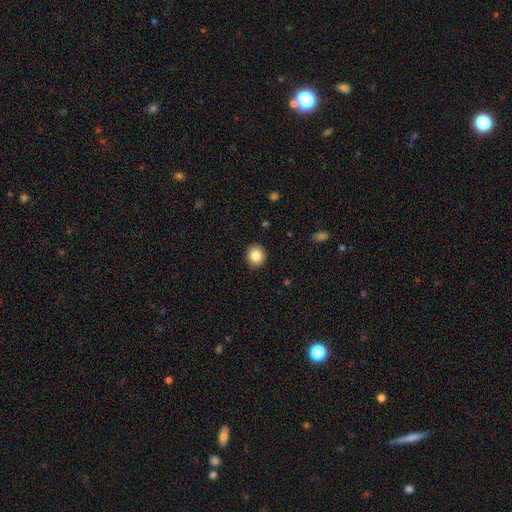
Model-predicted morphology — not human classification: Smooth or featured?
  - smooth: 85% *
  - star or artifact: 9%
  - featured or disk: 6%
How rounded?
  - round: 81% *
  - in between: 18%
  - cigar-shaped: 1%
Merging?
  - none: 91% *
  - minor disturbance: 7%
  - major disturbance: 2%
  - merger: 1%